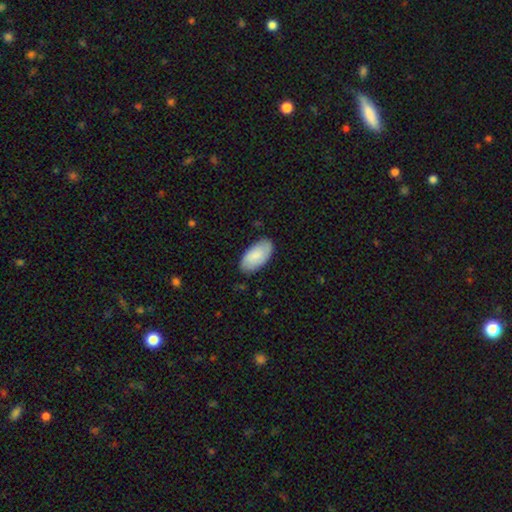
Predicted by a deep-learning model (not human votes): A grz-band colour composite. It shows a smooth galaxy with no disk features (85%) that is in between round and cigar-shaped (96%). Merging: none (82%).